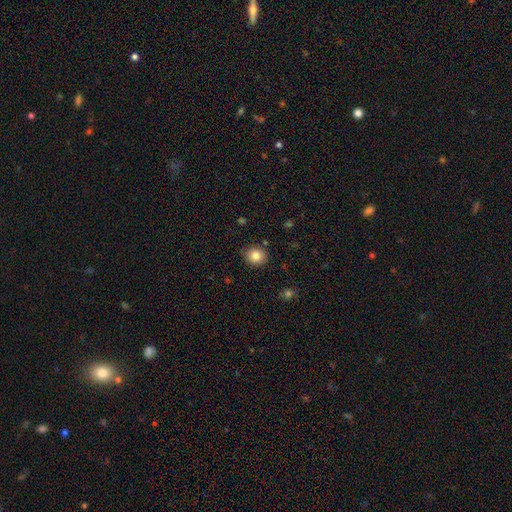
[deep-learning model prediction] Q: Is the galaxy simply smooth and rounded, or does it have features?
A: smooth — 84%.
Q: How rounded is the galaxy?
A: round — 78%.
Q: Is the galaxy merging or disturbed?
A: none — 85%.